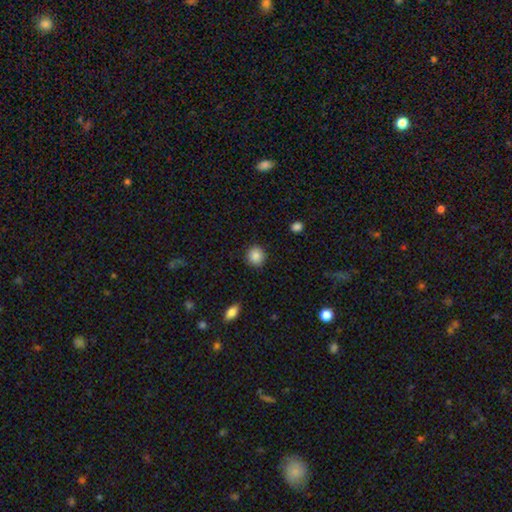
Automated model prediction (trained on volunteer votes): This is clearly a smooth galaxy (87%). How rounded: clearly round (88%). Merging: clearly none (90%).